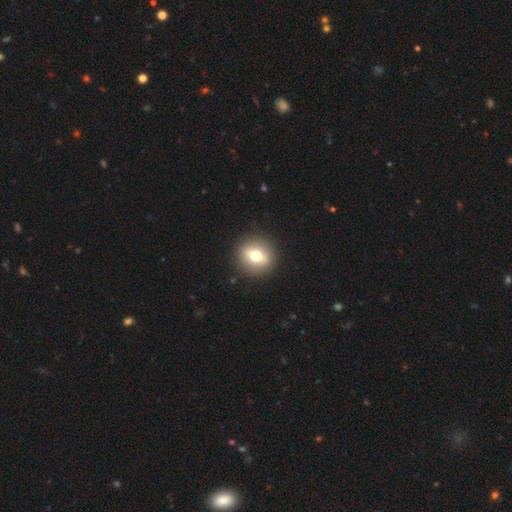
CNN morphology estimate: Smooth or featured: smooth — 66% (featured or disk — 25%)
How rounded: round — 84% (in between — 15%)
Merging: none — 90% (minor disturbance — 7%)